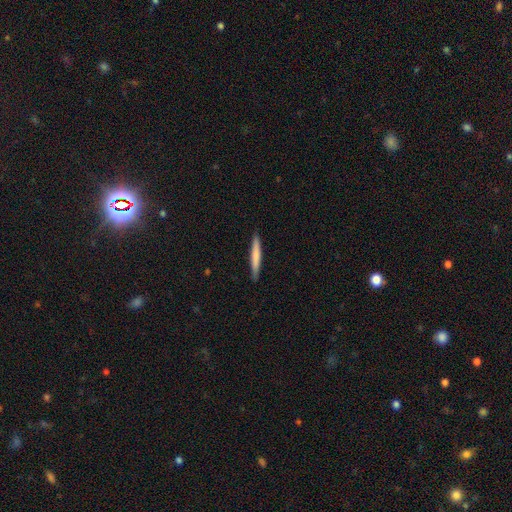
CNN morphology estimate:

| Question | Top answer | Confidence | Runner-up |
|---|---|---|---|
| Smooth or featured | smooth | 71% | featured or disk (25%) |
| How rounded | cigar-shaped | 96% | in between (3%) |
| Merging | none | 91% | minor disturbance (7%) |